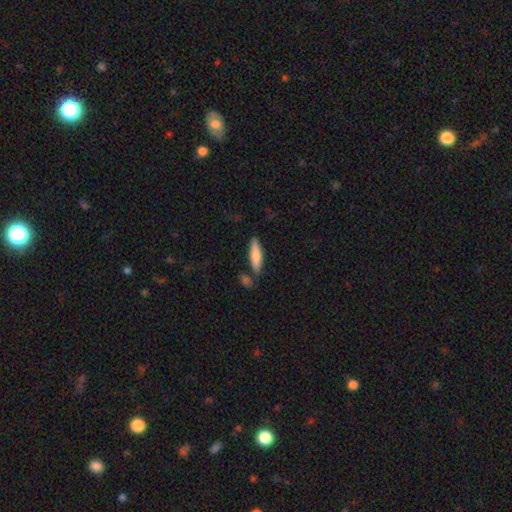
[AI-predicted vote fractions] Smooth or featured: smooth — 78% (featured or disk — 17%)
How rounded: cigar-shaped — 70% (in between — 28%)
Merging: none — 77% (minor disturbance — 12%)